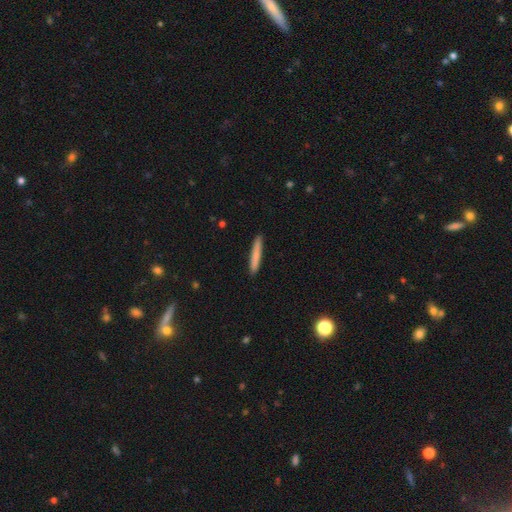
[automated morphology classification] A smooth galaxy with no disk features (79%) that is cigar-shaped (95%). Merging: none (91%).